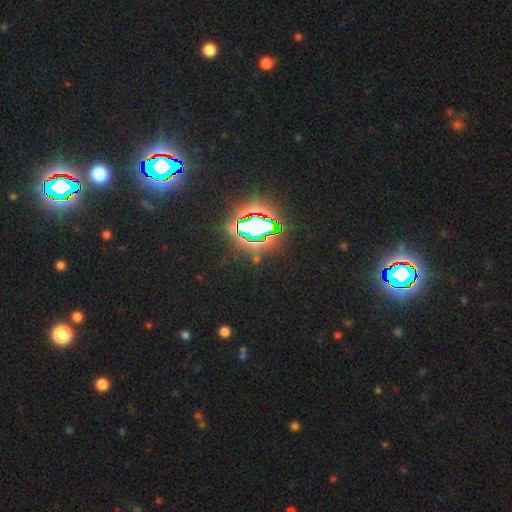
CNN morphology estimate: Smooth or featured: star or artifact — 81% (smooth — 11%)